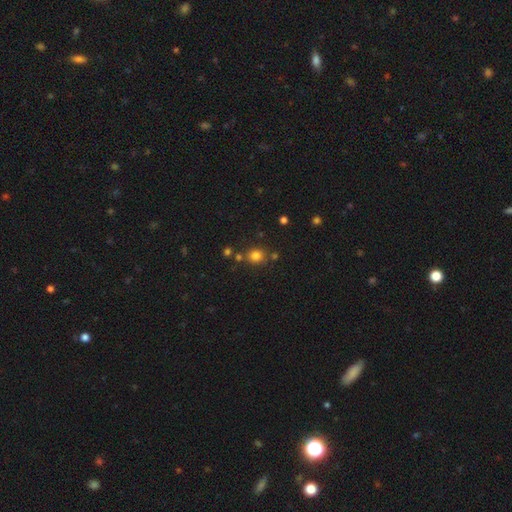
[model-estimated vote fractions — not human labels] smooth 79%, star or artifact 15%, featured or disk 6%. Down the decision tree: how rounded — round (79%); merging — none (77%).